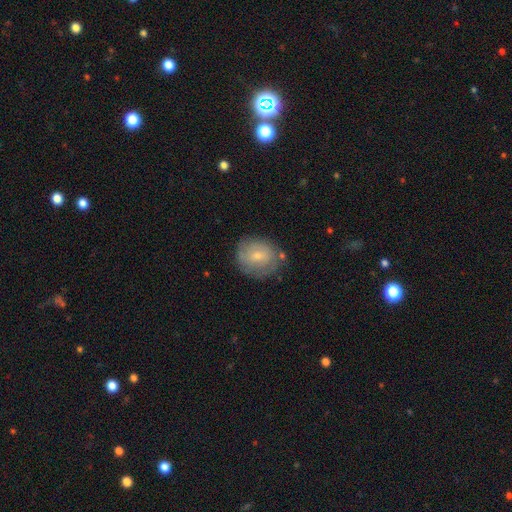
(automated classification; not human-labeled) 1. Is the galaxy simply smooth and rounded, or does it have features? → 53% smooth, 36% featured or disk, 11% star or artifact.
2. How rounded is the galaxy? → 67% round, 32% in between, 1% cigar-shaped.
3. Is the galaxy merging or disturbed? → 74% none, 18% minor disturbance, 5% major disturbance, 3% merger.